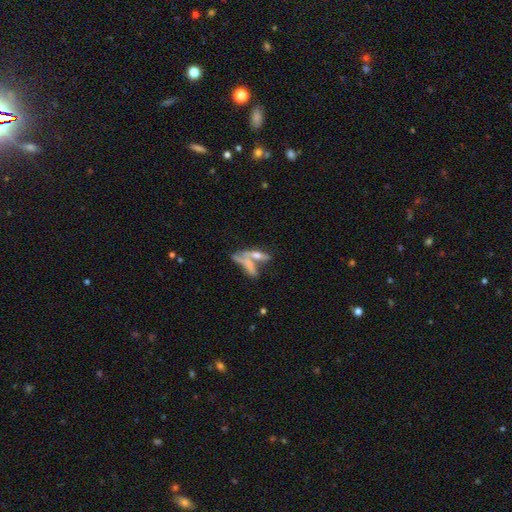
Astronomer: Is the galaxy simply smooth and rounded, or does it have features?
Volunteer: featured or disk — 69%.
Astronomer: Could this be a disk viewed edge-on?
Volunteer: yes — 89%.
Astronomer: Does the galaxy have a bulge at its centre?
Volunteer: rounded — 92%.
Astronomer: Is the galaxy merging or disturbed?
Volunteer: merger — 61%.